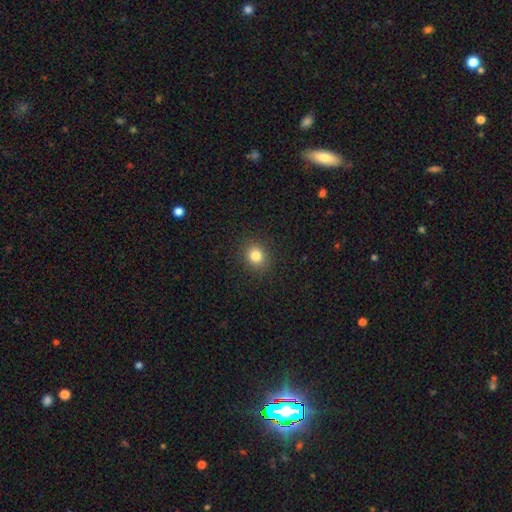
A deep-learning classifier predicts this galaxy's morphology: Smooth or featured? smooth (82%)
How rounded? round (75%)
Merging? none (90%)